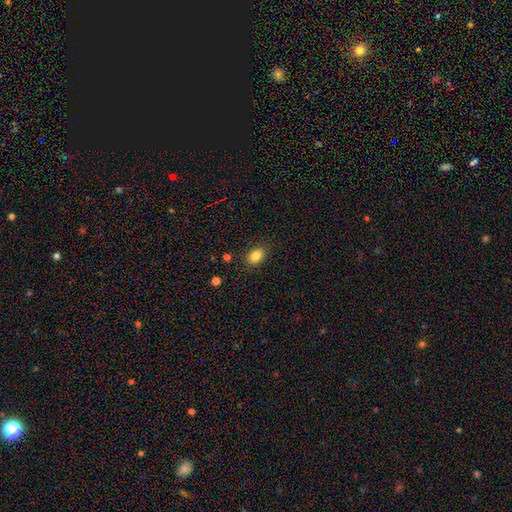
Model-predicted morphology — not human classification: smooth-or-featured: smooth: 83% | star or artifact: 10% | featured or disk: 7%
  how-rounded: in between: 79% | round: 20% | cigar-shaped: 1%
  merging: none: 86% | minor disturbance: 10% | major disturbance: 3% | merger: 2%